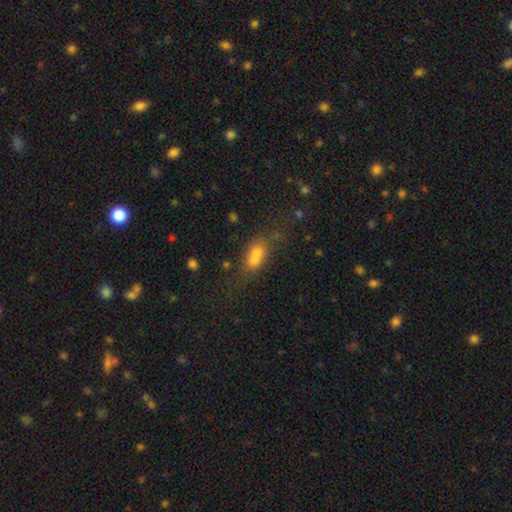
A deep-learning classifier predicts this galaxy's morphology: Smooth or featured?
  - smooth: 66% *
  - featured or disk: 20%
  - star or artifact: 14%
How rounded?
  - in between: 70% *
  - round: 19%
  - cigar-shaped: 10%
Merging?
  - merger: 48% *
  - none: 31%
  - minor disturbance: 12%
  - major disturbance: 9%